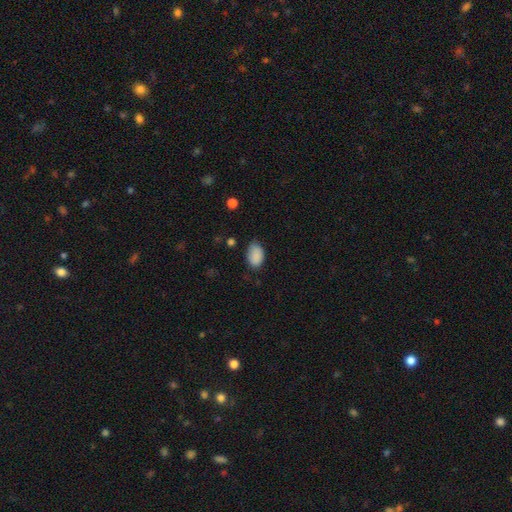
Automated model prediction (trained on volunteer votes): Smooth or featured? Predicted: smooth (p=0.88). How rounded? Predicted: in between (p=0.90). Merging? Predicted: none (p=0.67).